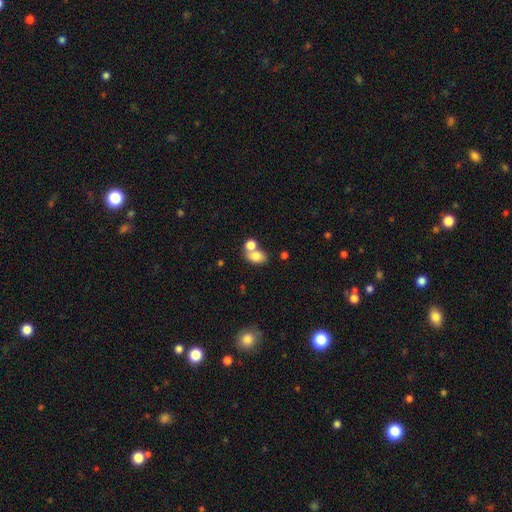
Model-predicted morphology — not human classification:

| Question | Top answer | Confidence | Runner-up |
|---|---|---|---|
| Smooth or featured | smooth | 78% | featured or disk (12%) |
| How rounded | in between | 69% | round (29%) |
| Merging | merger | 51% | none (35%) |